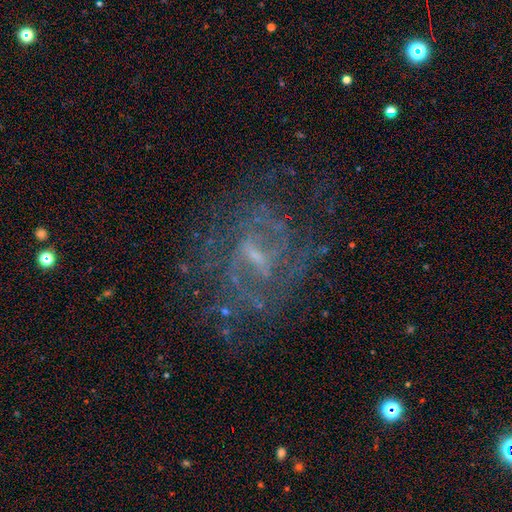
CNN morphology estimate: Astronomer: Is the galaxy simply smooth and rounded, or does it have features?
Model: featured or disk — 82%.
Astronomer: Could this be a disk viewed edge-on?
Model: no — 96%.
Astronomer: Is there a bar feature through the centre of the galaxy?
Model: weak — 55%.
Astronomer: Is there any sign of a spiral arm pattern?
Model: yes — 82%.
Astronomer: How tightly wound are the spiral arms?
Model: medium — 43% (runner-up: tight, 38%).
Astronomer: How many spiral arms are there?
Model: can't tell — 41% (runner-up: 2, 32%).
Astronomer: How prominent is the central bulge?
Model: small — 59%.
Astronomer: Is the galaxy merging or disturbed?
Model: none — 64%.